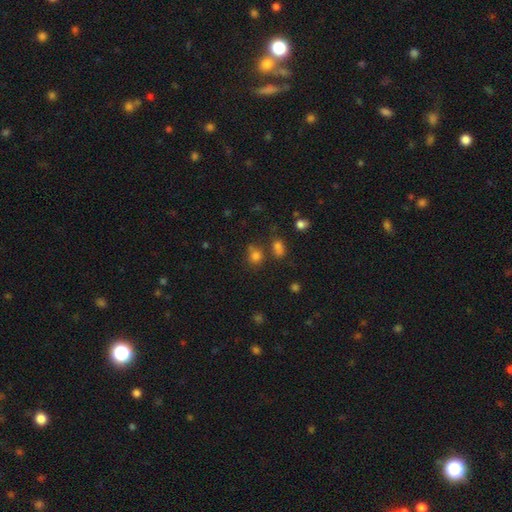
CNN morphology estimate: Overall: smooth (76%). How rounded: round (76%). Merging: none (61%).